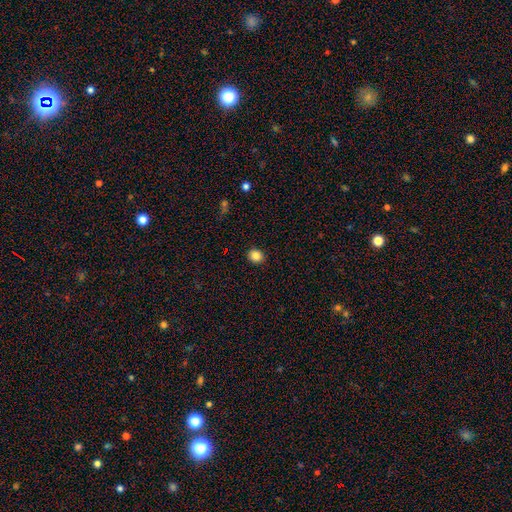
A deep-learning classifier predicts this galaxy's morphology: The model was most divided on "how rounded": round: 73%, in between: 26%, cigar-shaped: 1%. More confident: merging — none (91%); smooth or featured — smooth (84%).